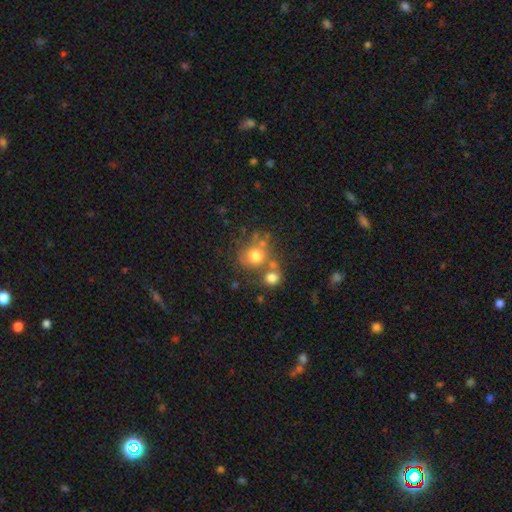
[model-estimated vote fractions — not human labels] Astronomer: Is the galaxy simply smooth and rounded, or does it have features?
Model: smooth — 70%.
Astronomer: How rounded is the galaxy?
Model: round — 82%.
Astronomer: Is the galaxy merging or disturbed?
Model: none — 47% (runner-up: merger, 31%).